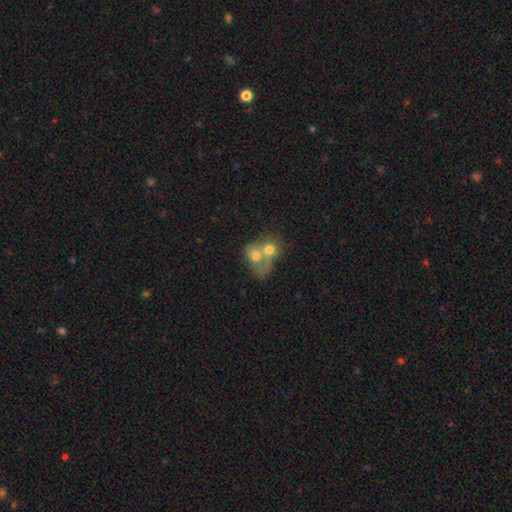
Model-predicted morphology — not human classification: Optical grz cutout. It shows a smooth galaxy with no disk features (62%) that is round (52%). Merging: merger (81%).